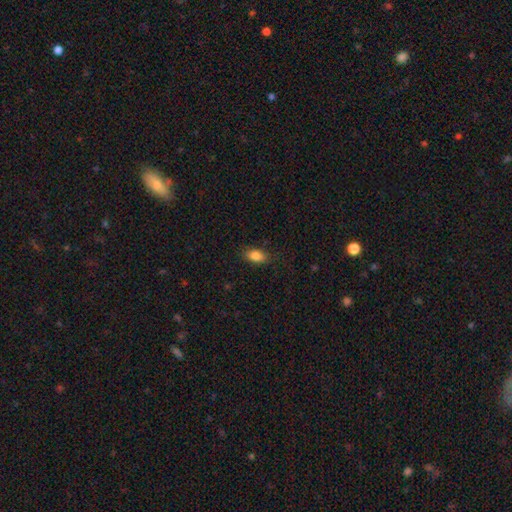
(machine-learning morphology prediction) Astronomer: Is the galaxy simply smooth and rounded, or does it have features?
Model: smooth — 85%.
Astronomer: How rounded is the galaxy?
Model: in between — 88%.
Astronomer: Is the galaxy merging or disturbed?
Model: none — 84%.